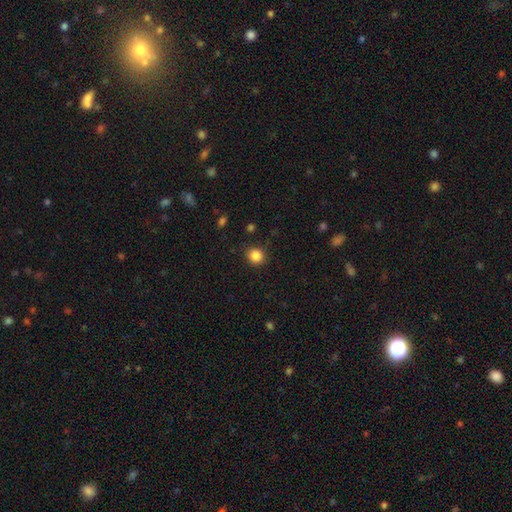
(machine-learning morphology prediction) This is clearly a smooth galaxy (85%). How rounded: clearly round (84%). Merging: clearly none (88%).